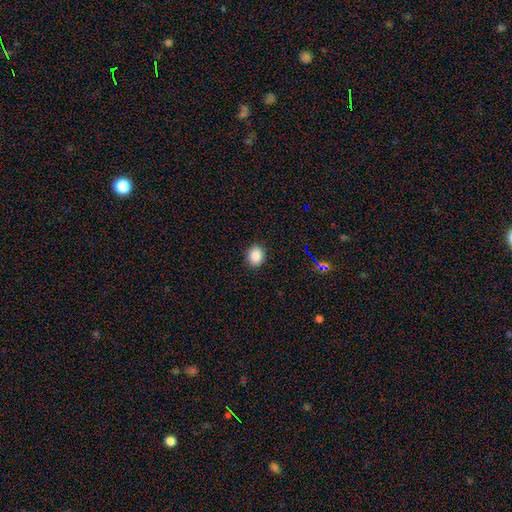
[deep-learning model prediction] smooth-or-featured: smooth: 86% | star or artifact: 11% | featured or disk: 4%
  how-rounded: round: 72% | in between: 27% | cigar-shaped: 1%
  merging: none: 90% | minor disturbance: 7% | major disturbance: 2% | merger: 1%